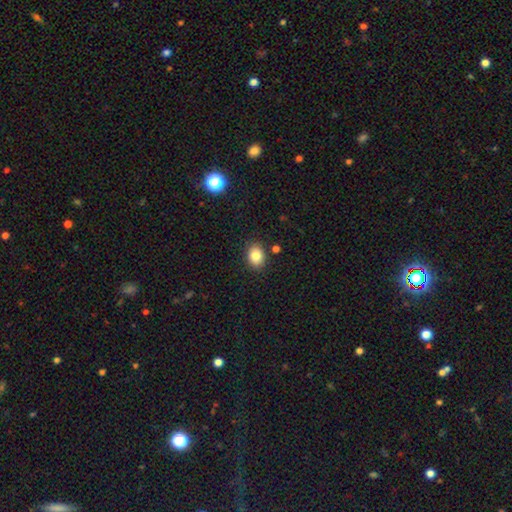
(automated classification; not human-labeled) smooth_or_featured: smooth (p=0.83) [alt: star or artifact p=0.10]
how_rounded: in between (p=0.60) [alt: round p=0.39]
merging: none (p=0.86) [alt: minor disturbance p=0.09]